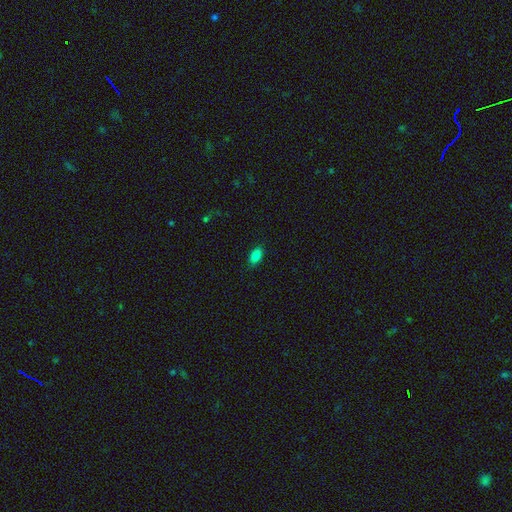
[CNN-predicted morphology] A smooth galaxy with no disk features (84%) that is in between round and cigar-shaped (90%). Merging: none (84%).